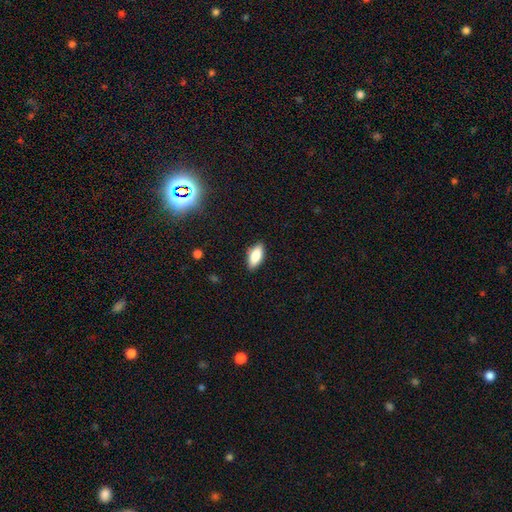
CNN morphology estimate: Smooth or featured? smooth (80%)
How rounded? in between (82%)
Merging? none (87%)